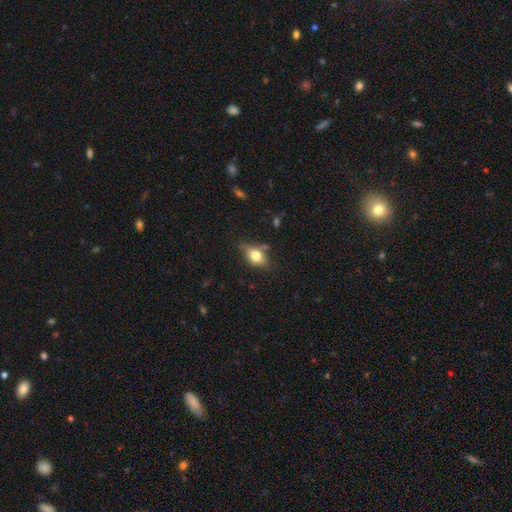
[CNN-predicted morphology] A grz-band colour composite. It shows a smooth galaxy with no disk features (65%) that is in between round and cigar-shaped (72%). Merging: none (69%).